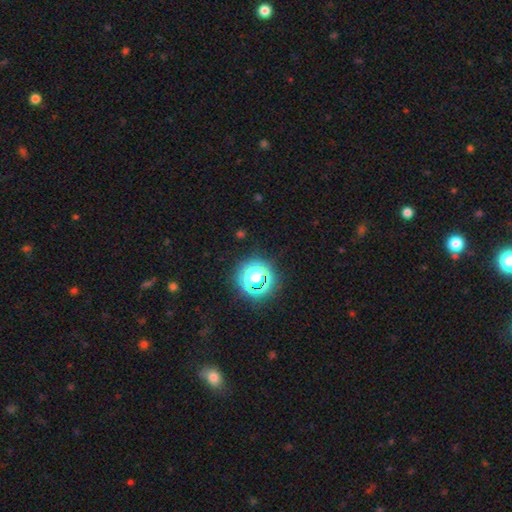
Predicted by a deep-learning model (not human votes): smooth-or-featured: star or artifact: 65% | smooth: 29% | featured or disk: 6%